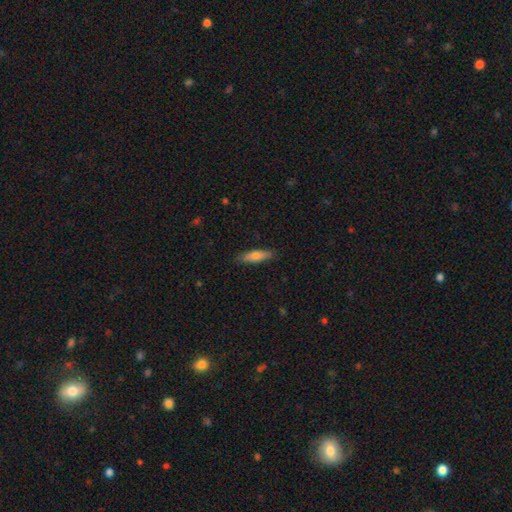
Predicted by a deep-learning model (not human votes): Smooth or featured?
  - smooth: 71% *
  - featured or disk: 23%
  - star or artifact: 6%
How rounded?
  - cigar-shaped: 75% *
  - in between: 24%
  - round: 2%
Merging?
  - none: 88% *
  - minor disturbance: 9%
  - major disturbance: 2%
  - merger: 1%